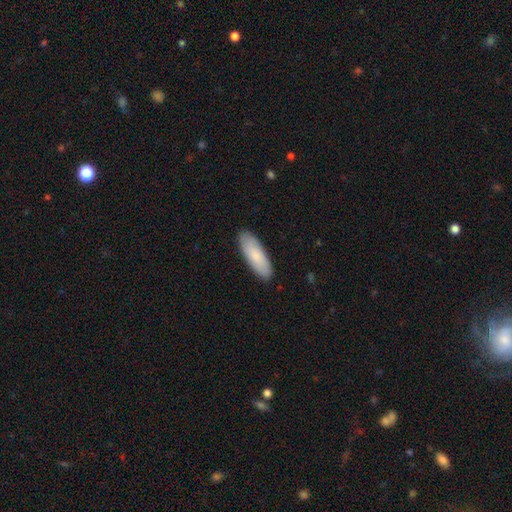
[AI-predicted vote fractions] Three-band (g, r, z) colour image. It shows a smooth galaxy with no disk features (83%) that is in between round and cigar-shaped (61%). Merging: none (88%).